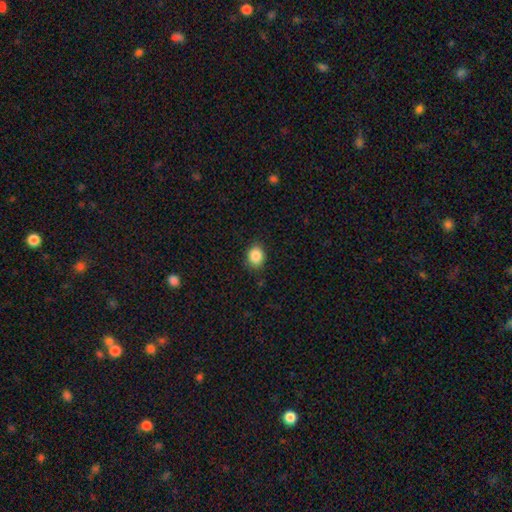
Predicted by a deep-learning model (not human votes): Overall: smooth (87%). How rounded: round (54%; in between 45%). Merging: none (85%).